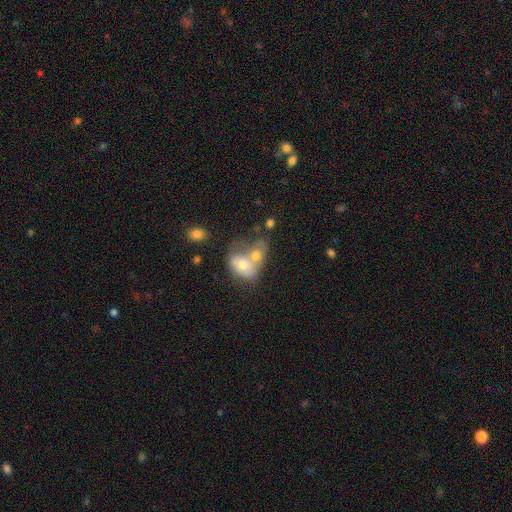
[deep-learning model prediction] Overall: smooth (63%; featured or disk 28%). How rounded: in between (65%; round 33%). Merging: merger (73%).